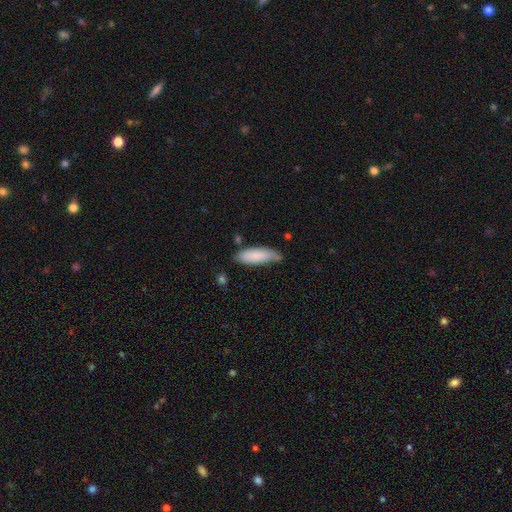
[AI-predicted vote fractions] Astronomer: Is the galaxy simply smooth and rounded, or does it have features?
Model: smooth — 84%.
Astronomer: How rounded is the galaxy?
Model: in between — 53% (runner-up: cigar-shaped, 46%).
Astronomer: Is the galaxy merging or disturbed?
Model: none — 61%.